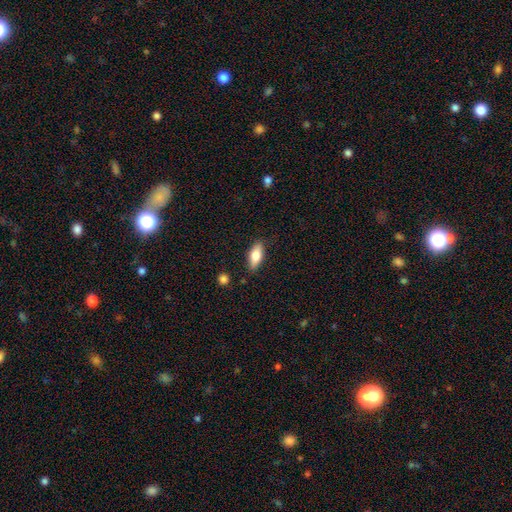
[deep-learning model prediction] Smooth or featured?
  - smooth: 78% *
  - featured or disk: 16%
  - star or artifact: 7%
How rounded?
  - in between: 77% *
  - cigar-shaped: 20%
  - round: 3%
Merging?
  - none: 83% *
  - minor disturbance: 12%
  - major disturbance: 3%
  - merger: 2%